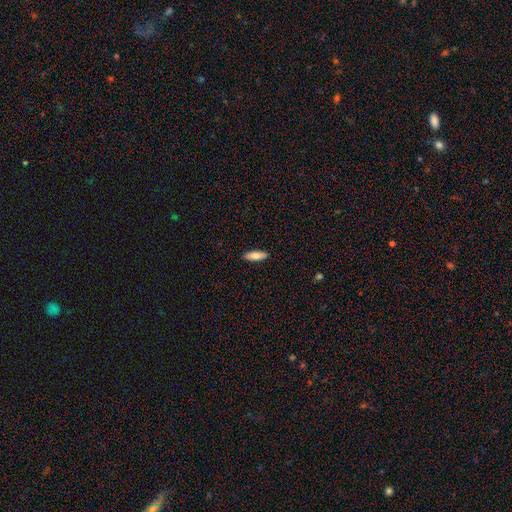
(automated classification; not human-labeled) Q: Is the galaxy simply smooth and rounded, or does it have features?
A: smooth — 81%.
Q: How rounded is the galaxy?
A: in between — 56%.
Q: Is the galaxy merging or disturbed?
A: none — 90%.